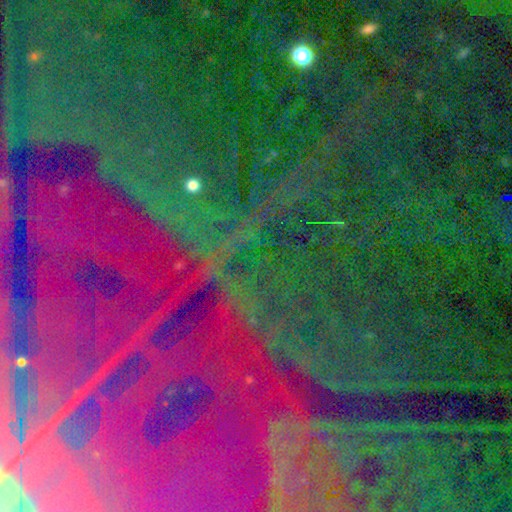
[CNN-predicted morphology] type=star or artifact (87%).